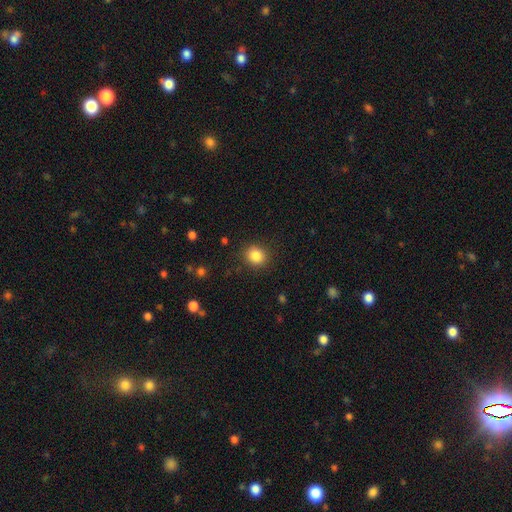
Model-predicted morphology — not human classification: A smooth galaxy with no disk features (85%) that is round (74%). Merging: none (87%).